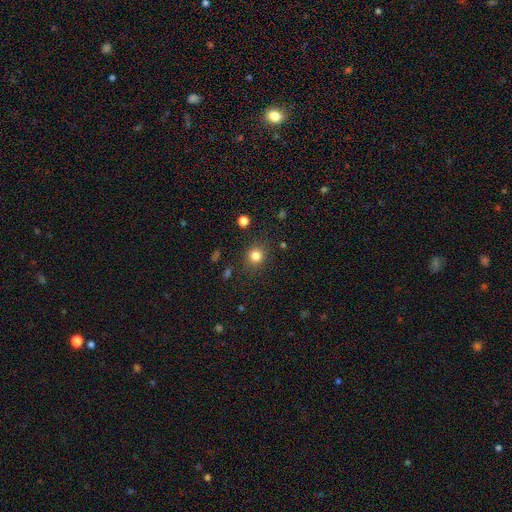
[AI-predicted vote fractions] This is clearly a smooth galaxy (82%). How rounded: clearly round (85%). Merging: clearly none (87%).